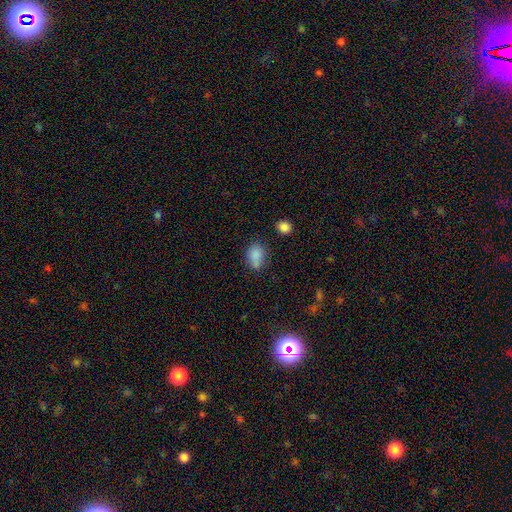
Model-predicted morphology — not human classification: Overall: smooth (83%). How rounded: in between (69%). Merging: none (59%; minor disturbance 24%).